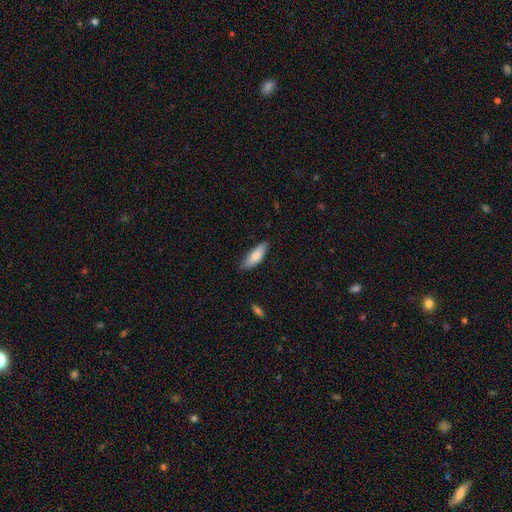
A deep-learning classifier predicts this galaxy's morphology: A smooth galaxy with no disk features (81%) that is in between round and cigar-shaped (62%). Merging: none (81%).